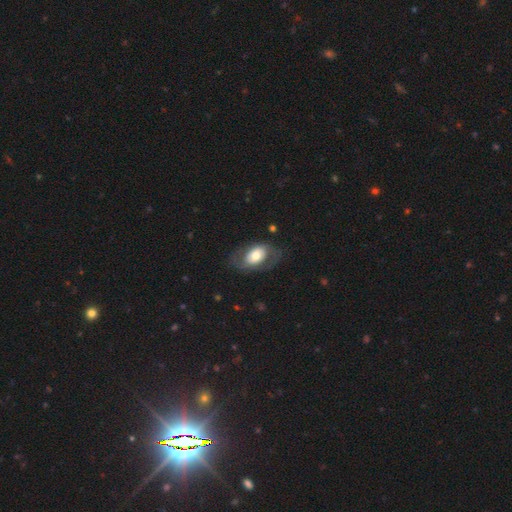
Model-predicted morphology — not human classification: smooth_or_featured: featured or disk (p=0.50) [alt: smooth p=0.45]
merging: none (p=0.65) [alt: minor disturbance p=0.18]